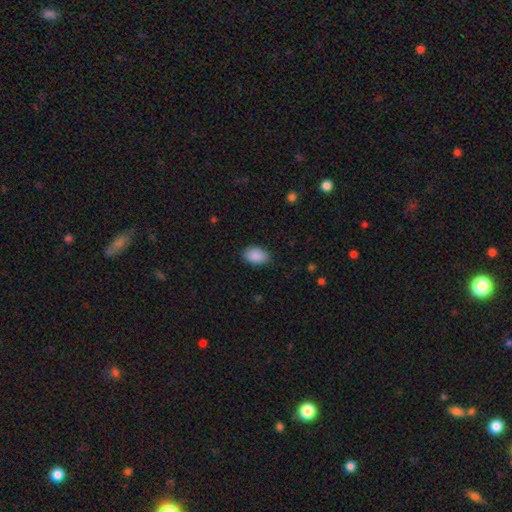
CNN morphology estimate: This appears to be a smooth galaxy with no disk features (90%) that is in between round and cigar-shaped (89%). Merging: none (84%).